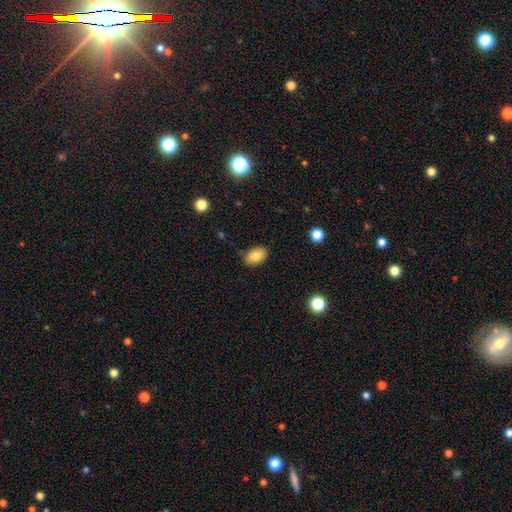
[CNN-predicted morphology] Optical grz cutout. It shows a smooth galaxy with no disk features (82%) that is in between round and cigar-shaped (88%). Merging: none (84%).